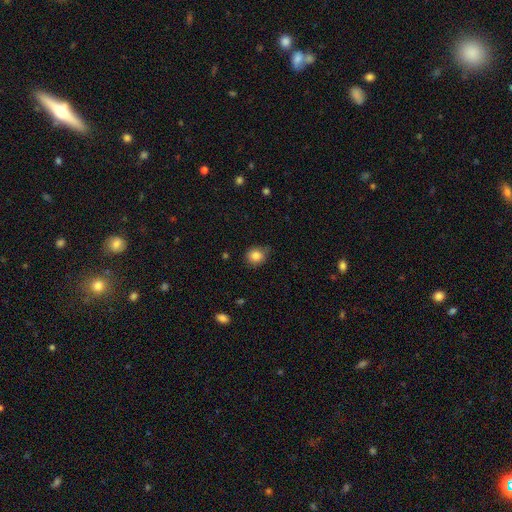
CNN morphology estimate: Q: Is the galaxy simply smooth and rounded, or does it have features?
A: smooth — 84%.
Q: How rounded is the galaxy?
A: round — 72%.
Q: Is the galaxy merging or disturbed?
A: none — 71%.